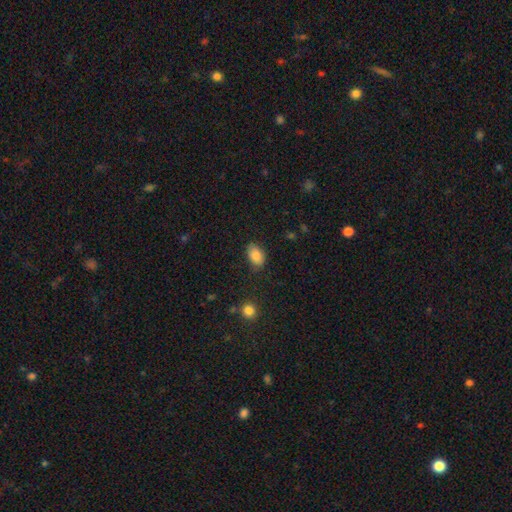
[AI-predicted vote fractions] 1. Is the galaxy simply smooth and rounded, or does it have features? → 86% smooth, 8% star or artifact, 6% featured or disk.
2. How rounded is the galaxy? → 87% in between, 12% round, 1% cigar-shaped.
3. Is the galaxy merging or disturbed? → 78% none, 17% minor disturbance, 4% major disturbance, 2% merger.